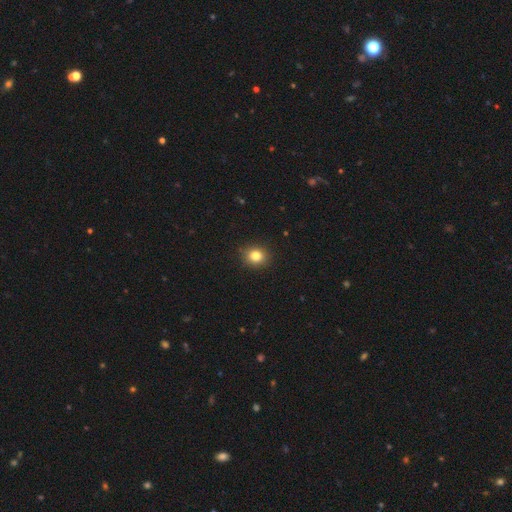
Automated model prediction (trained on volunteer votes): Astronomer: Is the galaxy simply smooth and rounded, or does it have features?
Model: smooth — 83%.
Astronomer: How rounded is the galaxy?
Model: round — 74%.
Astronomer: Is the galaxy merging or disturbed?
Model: none — 90%.